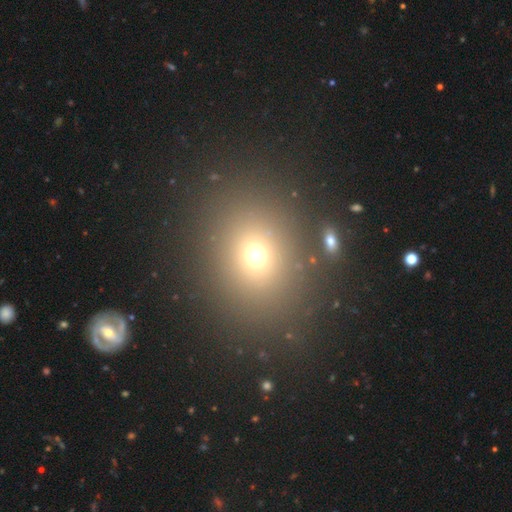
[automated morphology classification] Smooth or featured?
  - smooth: 68% *
  - star or artifact: 22%
  - featured or disk: 10%
How rounded?
  - round: 65% *
  - in between: 34%
  - cigar-shaped: 1%
Merging?
  - none: 85% *
  - minor disturbance: 7%
  - merger: 4%
  - major disturbance: 4%